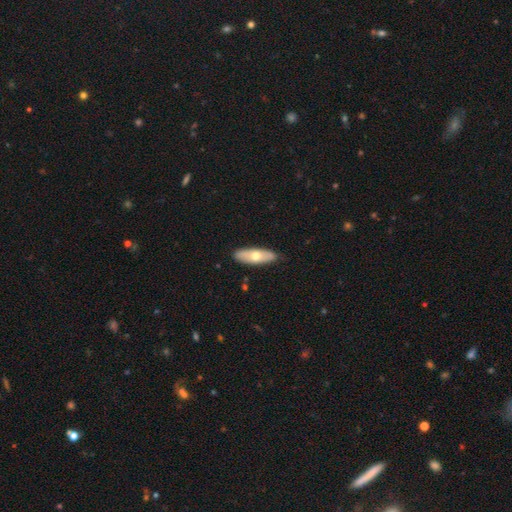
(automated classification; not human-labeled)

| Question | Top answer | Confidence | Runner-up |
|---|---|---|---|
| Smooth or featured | smooth | 58% | featured or disk (37%) |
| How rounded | in between | 68% | cigar-shaped (29%) |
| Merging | none | 87% | minor disturbance (11%) |